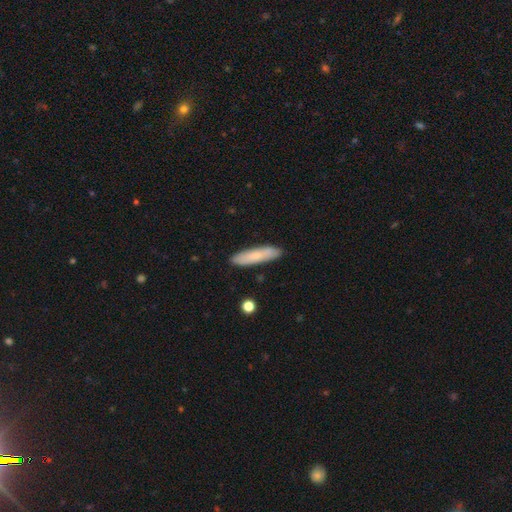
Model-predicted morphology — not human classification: smooth 73%, featured or disk 21%, star or artifact 6%. Down the decision tree: how rounded — cigar-shaped (79%); merging — none (87%).